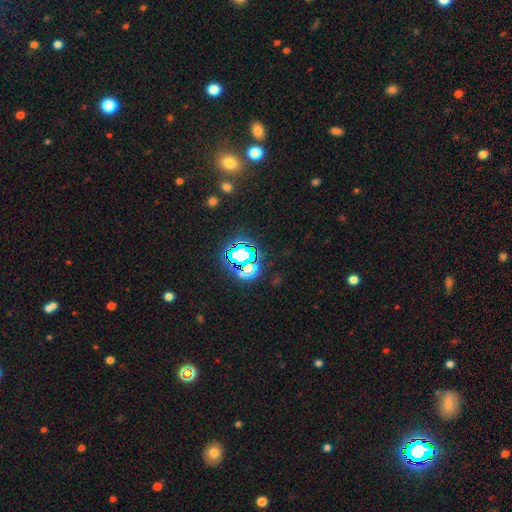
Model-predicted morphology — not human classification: smooth_or_featured: star or artifact (p=0.78) [alt: smooth p=0.14]